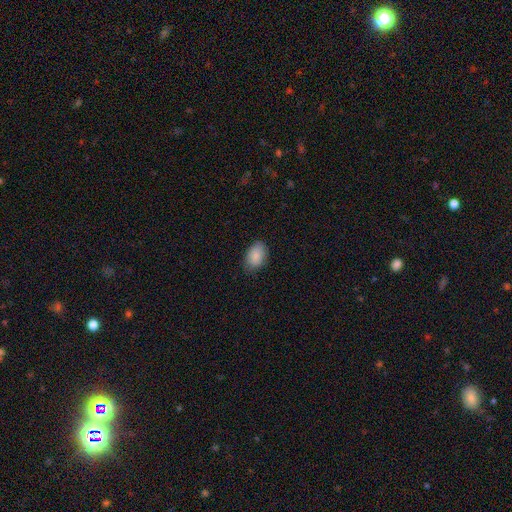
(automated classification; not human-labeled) The model was most divided on "merging": none: 81%, minor disturbance: 15%, major disturbance: 3%, merger: 1%. More confident: how rounded — in between (88%); smooth or featured — smooth (87%).